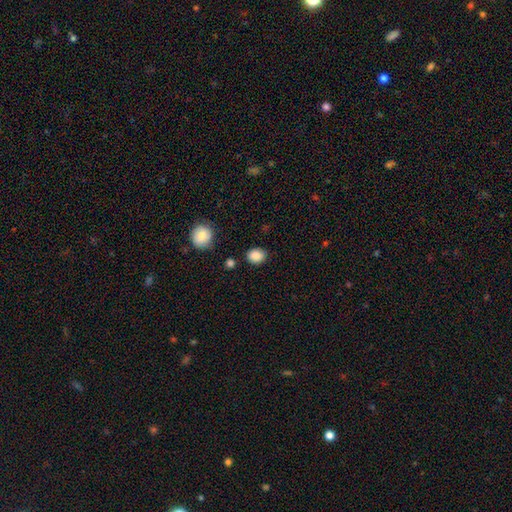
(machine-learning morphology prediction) type=smooth (88%); roundness=round (54%); merging=none (85%).